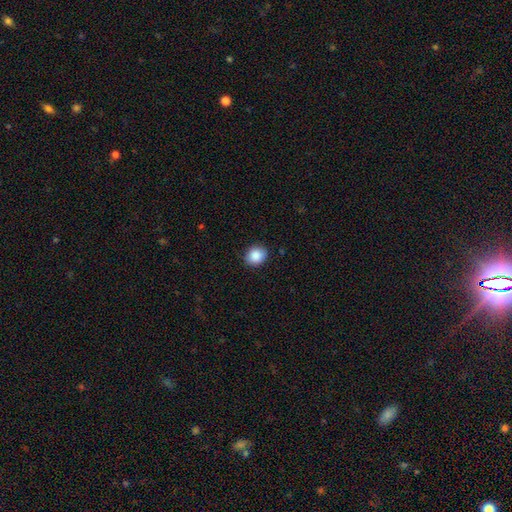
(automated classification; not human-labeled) Morphology: type=smooth (88%); roundness=round (66%); merging=none (87%).